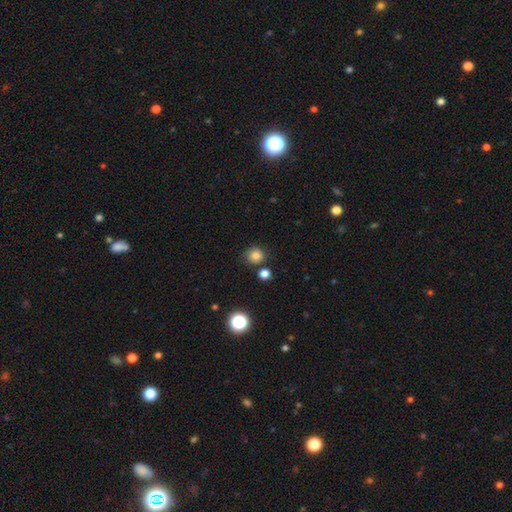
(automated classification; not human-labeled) Smooth or featured: smooth — 81% (star or artifact — 14%)
How rounded: round — 88% (in between — 11%)
Merging: none — 75% (minor disturbance — 13%)